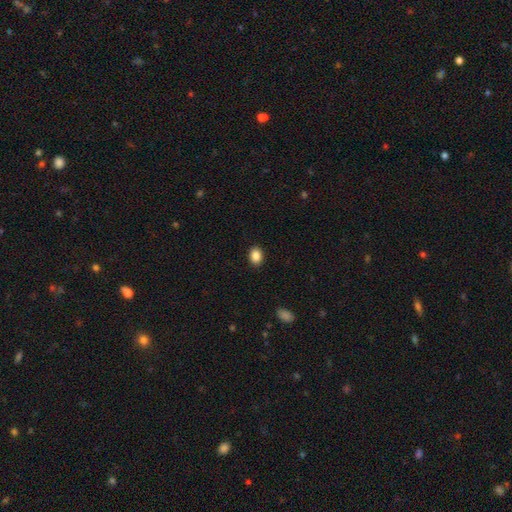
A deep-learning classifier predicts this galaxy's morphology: Smooth or featured: smooth — 88% (star or artifact — 8%)
How rounded: in between — 67% (round — 32%)
Merging: none — 90% (minor disturbance — 7%)